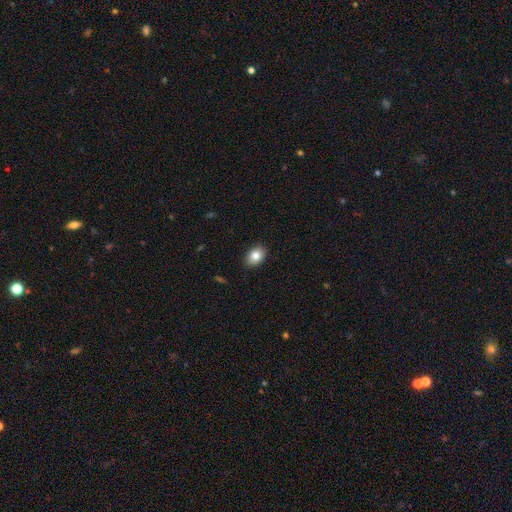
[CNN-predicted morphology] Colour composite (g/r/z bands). It shows a smooth galaxy with no disk features (83%) that is in between round and cigar-shaped (79%). Merging: none (89%).